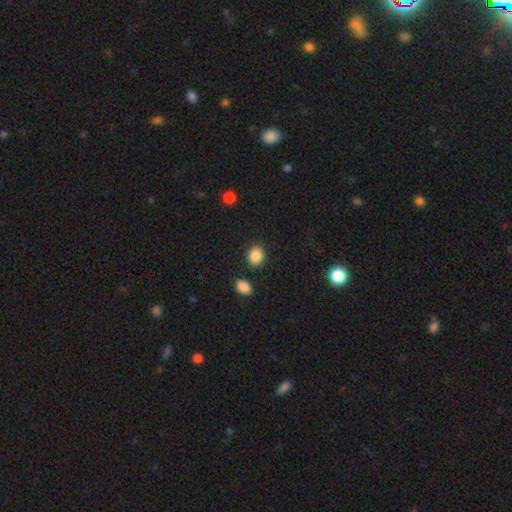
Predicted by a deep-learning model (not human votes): smooth_or_featured: smooth (p=0.87) [alt: star or artifact p=0.09]
how_rounded: round (p=0.55) [alt: in between p=0.44]
merging: none (p=0.84) [alt: minor disturbance p=0.10]